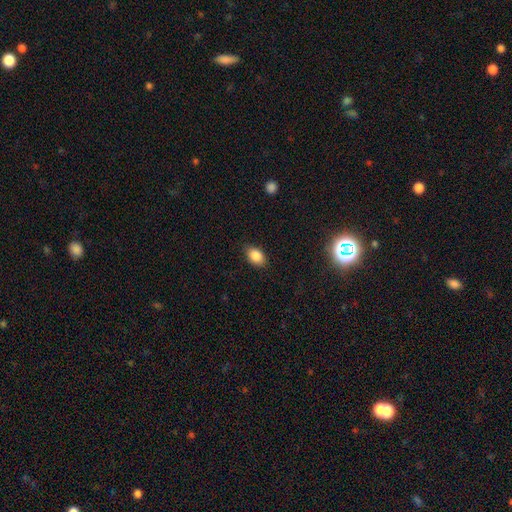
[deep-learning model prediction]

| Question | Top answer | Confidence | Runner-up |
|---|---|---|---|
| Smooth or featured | smooth | 86% | star or artifact (9%) |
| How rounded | in between | 86% | round (13%) |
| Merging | none | 85% | minor disturbance (11%) |